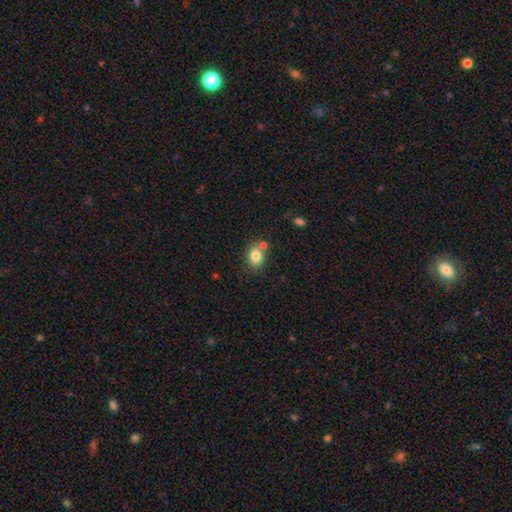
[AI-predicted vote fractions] This appears to be a smooth galaxy with no disk features (81%) that is in between round and cigar-shaped (61%). Merging: none (65%).